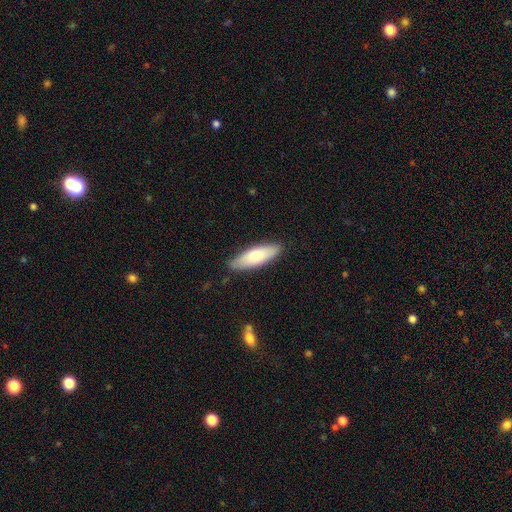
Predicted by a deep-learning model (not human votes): Smooth or featured? smooth (68%)
How rounded? in between (54%)
Merging? none (87%)